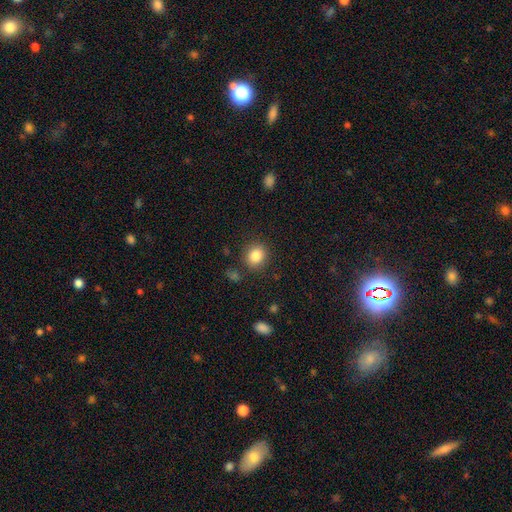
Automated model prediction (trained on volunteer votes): Overall: smooth (85%). How rounded: round (75%). Merging: none (85%).